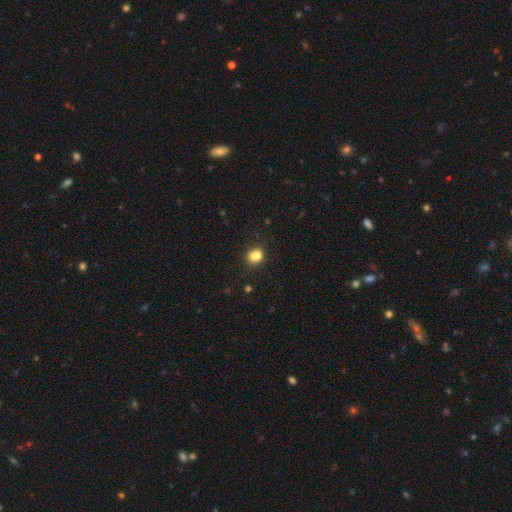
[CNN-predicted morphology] A smooth galaxy with no disk features (77%) that is round (65%).

Vote fractions:
- Smooth or featured? smooth: 77% / star or artifact: 13% / featured or disk: 10%
- How rounded? round: 65% / in between: 34% / cigar-shaped: 1%
- Merging? none: 51% / merger: 31% / minor disturbance: 14% / major disturbance: 5%